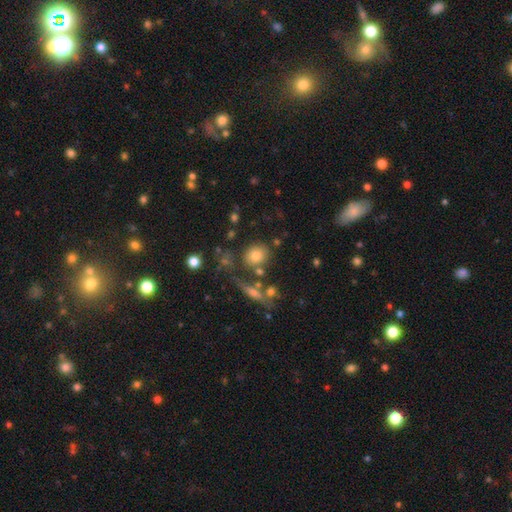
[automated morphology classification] The model was most divided on "how rounded": round: 74%, in between: 24%, cigar-shaped: 2%. More confident: smooth or featured — smooth (76%); merging — none (72%).